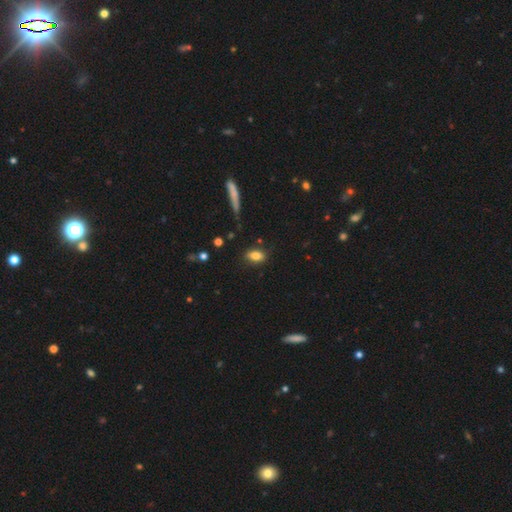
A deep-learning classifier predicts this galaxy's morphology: Smooth or featured? smooth (82%)
How rounded? in between (83%)
Merging? none (82%)